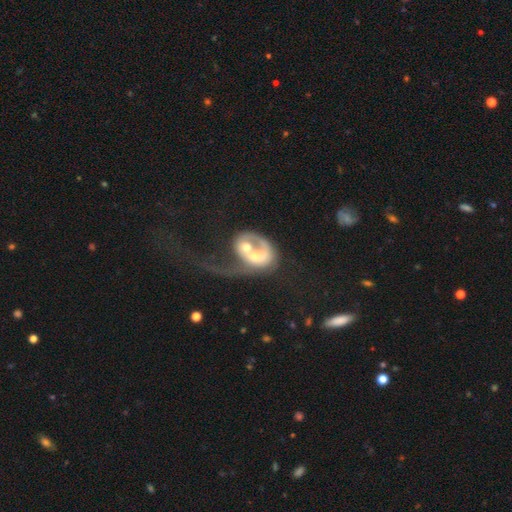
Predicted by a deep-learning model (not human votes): Smooth or featured? Predicted: featured or disk (p=0.60). Edge-on disk? Predicted: no (p=0.97). Bar? Predicted: no (p=0.75). Spiral arms? Predicted: yes (p=0.54). Bulge size? Predicted: moderate (p=0.55). Merging? Predicted: merger (p=0.59).